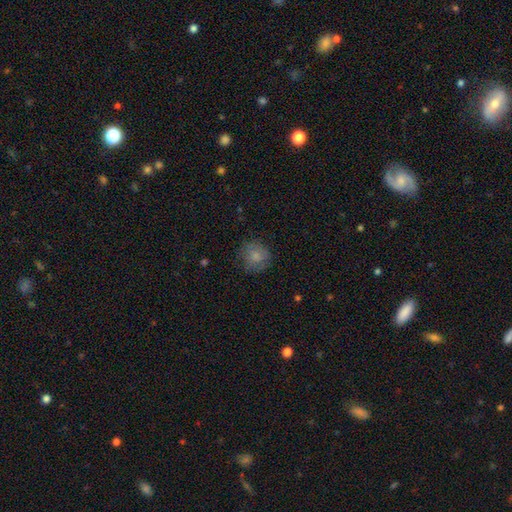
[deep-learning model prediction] Morphology: type=smooth (79%); roundness=round (88%); merging=none (74%).